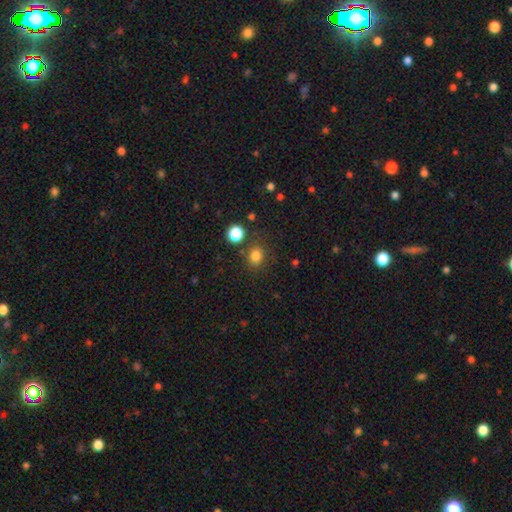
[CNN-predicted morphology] smooth-or-featured: smooth: 81% | star or artifact: 14% | featured or disk: 5%
  how-rounded: round: 72% | in between: 27% | cigar-shaped: 1%
  merging: none: 79% | minor disturbance: 10% | merger: 7% | major disturbance: 4%